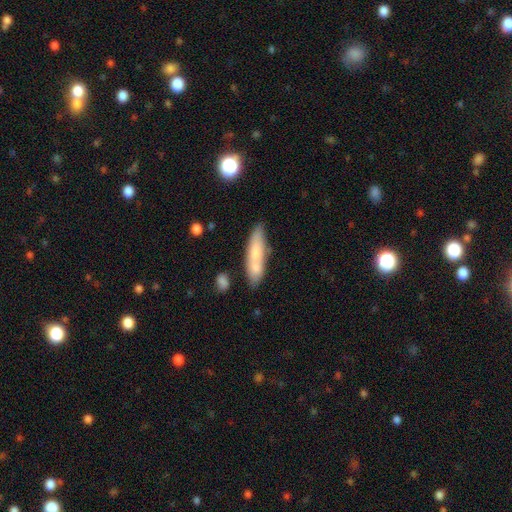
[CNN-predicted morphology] smooth 65%, featured or disk 27%, star or artifact 7%. Down the decision tree: how rounded — cigar-shaped (72%); merging — none (64%).